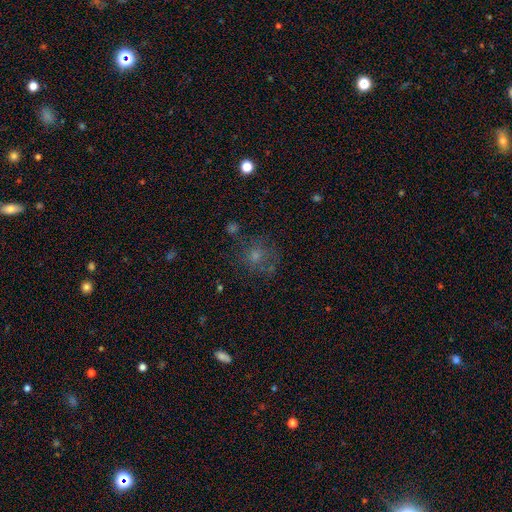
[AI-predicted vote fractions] Smooth or featured?
  - smooth: 62% *
  - featured or disk: 20%
  - star or artifact: 18%
How rounded?
  - round: 82% *
  - in between: 17%
  - cigar-shaped: 1%
Merging?
  - none: 61% *
  - minor disturbance: 19%
  - major disturbance: 14%
  - merger: 6%